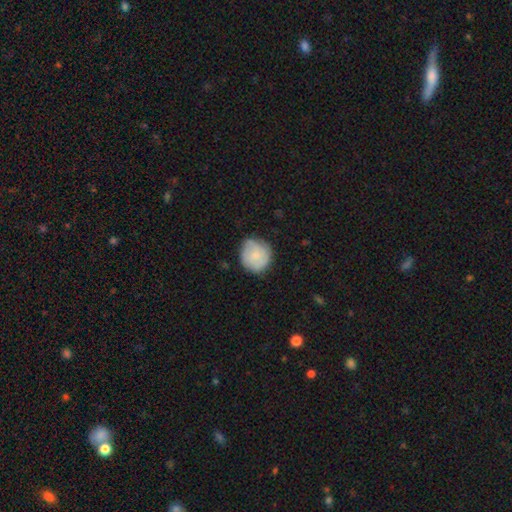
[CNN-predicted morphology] Smooth or featured: smooth — 72% (featured or disk — 22%)
How rounded: round — 89% (in between — 10%)
Merging: none — 67% (minor disturbance — 27%)